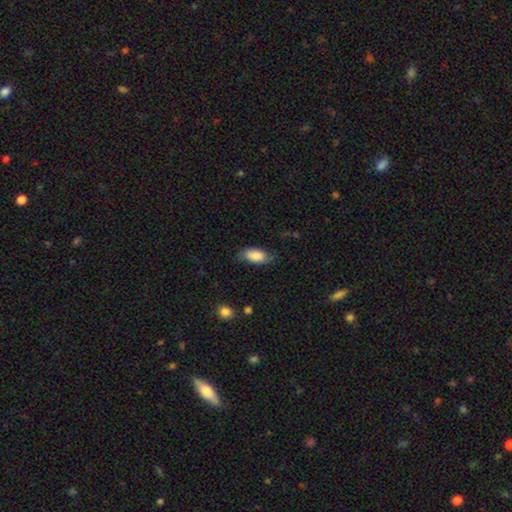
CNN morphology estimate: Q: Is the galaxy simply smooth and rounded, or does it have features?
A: smooth — 82%.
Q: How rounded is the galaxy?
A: in between — 90%.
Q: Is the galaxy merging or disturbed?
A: none — 69%.